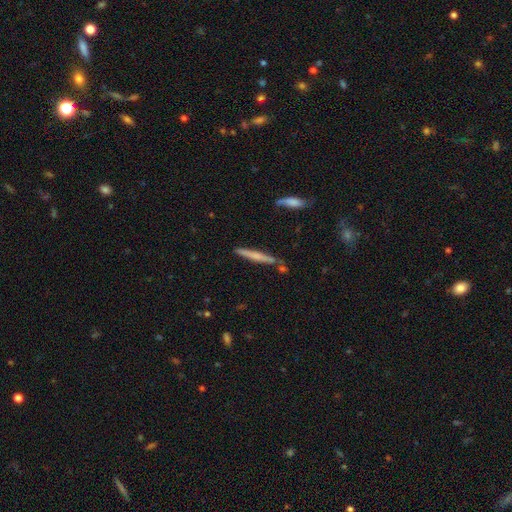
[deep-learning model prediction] This is possibly a smooth galaxy (49%). Merging: clearly none (82%).